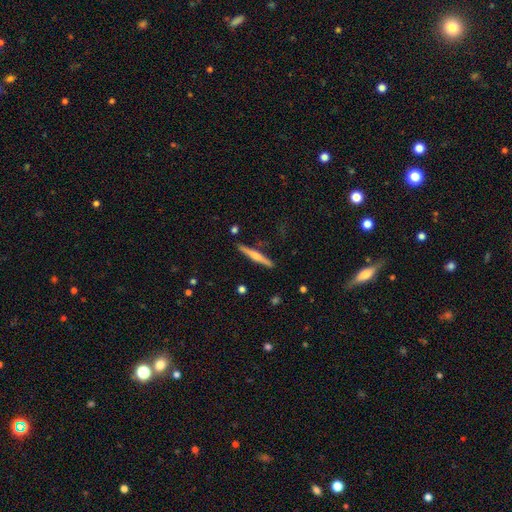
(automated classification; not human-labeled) smooth-or-featured: featured or disk: 54% | smooth: 41% | star or artifact: 6%
  disk-edge-on: yes: 98% | no: 2%
    edge-on-bulge: rounded: 66% | none: 19% | boxy: 14%
  merging: none: 88% | minor disturbance: 9% | merger: 2% | major disturbance: 2%